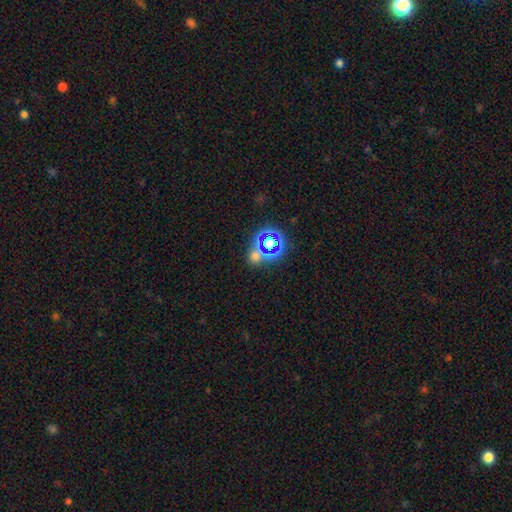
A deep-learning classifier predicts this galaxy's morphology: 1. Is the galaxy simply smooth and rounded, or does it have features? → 50% star or artifact, 41% smooth, 10% featured or disk.